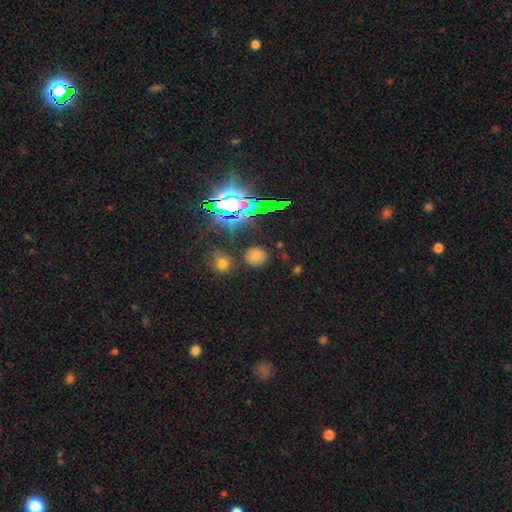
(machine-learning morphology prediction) Overall: smooth (63%; star or artifact 28%). How rounded: round (80%). Merging: none (81%).